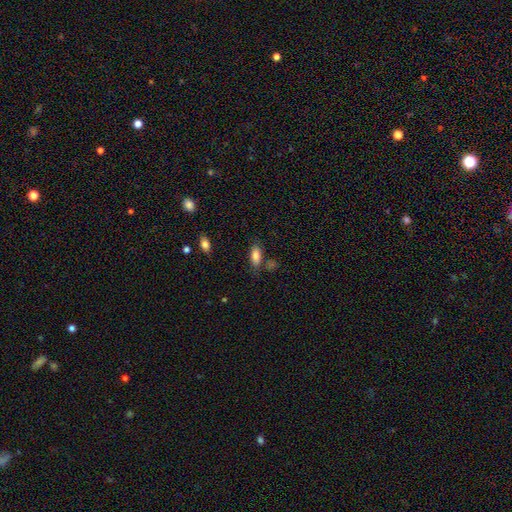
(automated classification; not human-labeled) Smooth or featured? Predicted: smooth (p=0.83). How rounded? Predicted: in between (p=0.85). Merging? Predicted: none (p=0.72).